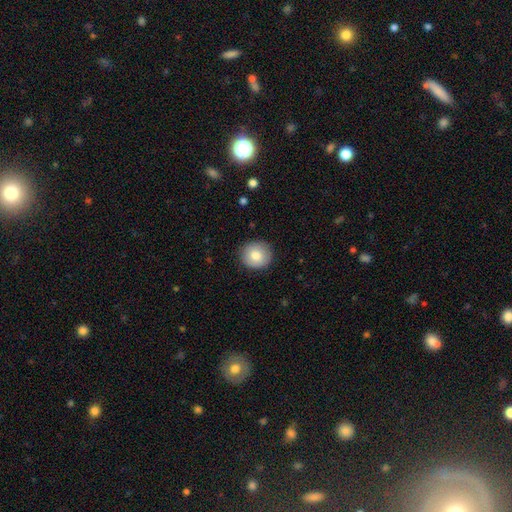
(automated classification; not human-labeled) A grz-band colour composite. It shows a smooth galaxy with no disk features (80%) that is round (88%). Merging: none (89%).